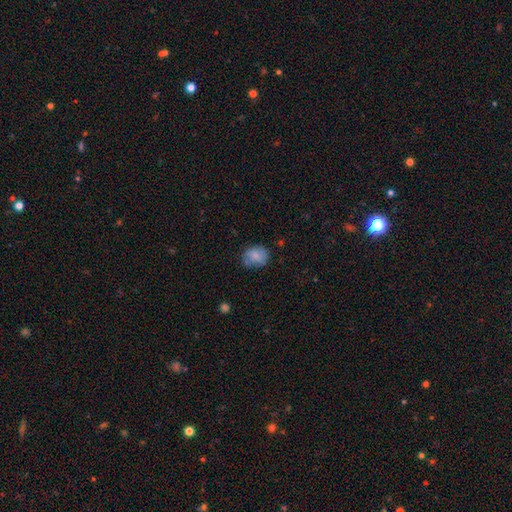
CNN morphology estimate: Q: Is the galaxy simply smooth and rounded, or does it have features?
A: smooth — 74%.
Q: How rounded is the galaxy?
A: round — 53%.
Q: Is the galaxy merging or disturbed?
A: none — 64%.